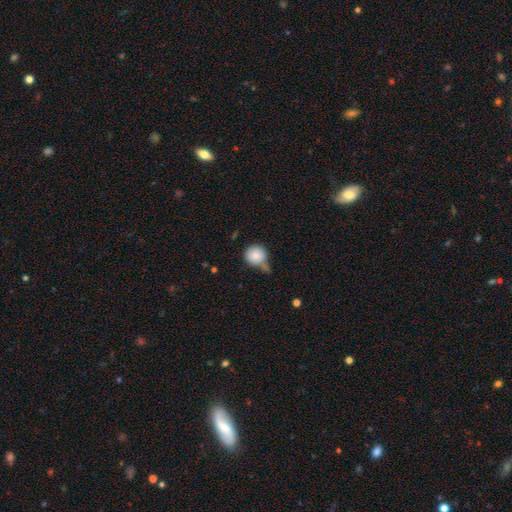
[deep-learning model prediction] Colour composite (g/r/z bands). It shows a smooth galaxy with no disk features (85%) that is round (92%). Merging: none (45%).